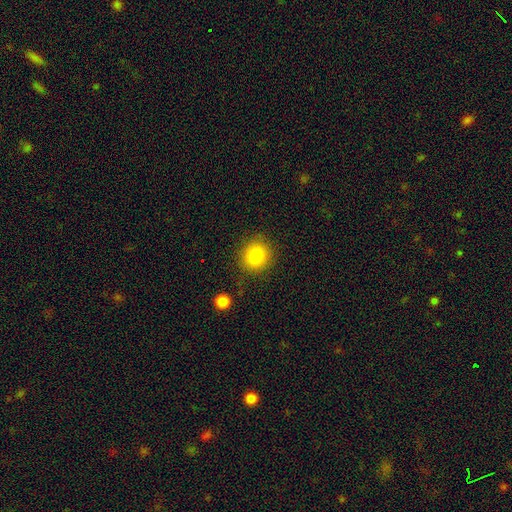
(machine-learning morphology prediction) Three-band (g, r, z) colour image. It shows a smooth galaxy with no disk features (85%) that is round (84%). Merging: none (85%).